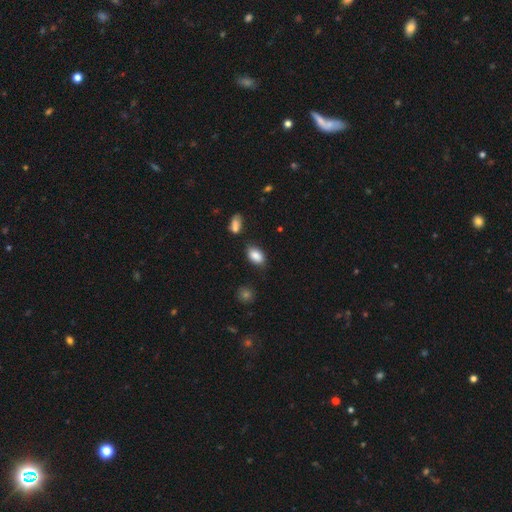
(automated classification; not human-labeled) smooth-or-featured: smooth: 86% | star or artifact: 8% | featured or disk: 6%
  how-rounded: in between: 91% | round: 7% | cigar-shaped: 2%
  merging: none: 77% | minor disturbance: 15% | merger: 5% | major disturbance: 3%